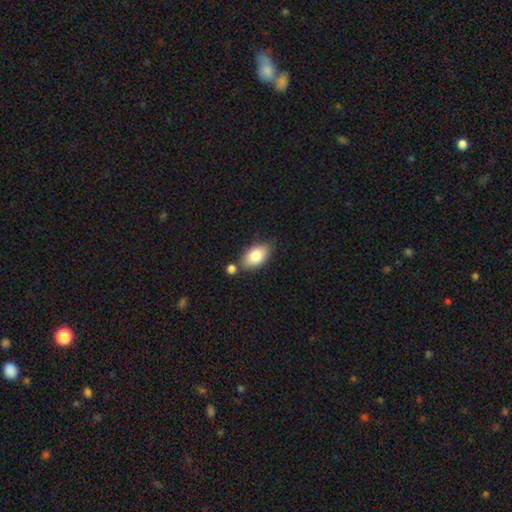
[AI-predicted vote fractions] Smooth or featured? smooth (82%)
How rounded? in between (92%)
Merging? none (67%)